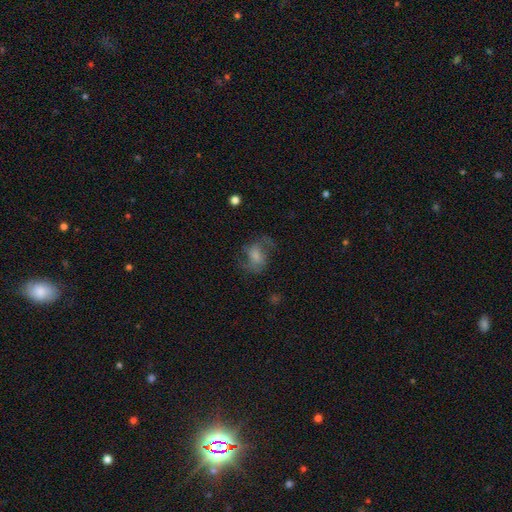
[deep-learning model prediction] This is possibly a smooth galaxy (45%). Merging: possibly none (50%).